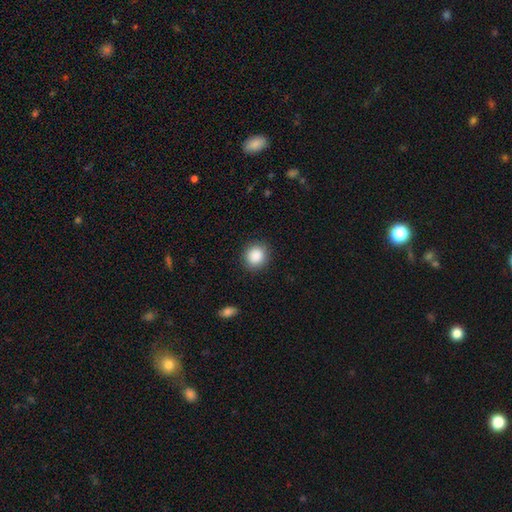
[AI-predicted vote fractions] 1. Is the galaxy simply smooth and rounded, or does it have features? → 88% smooth, 8% star or artifact, 3% featured or disk.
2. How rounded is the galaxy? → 86% round, 14% in between, 1% cigar-shaped.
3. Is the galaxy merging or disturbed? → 89% none, 8% minor disturbance, 2% major disturbance, 1% merger.